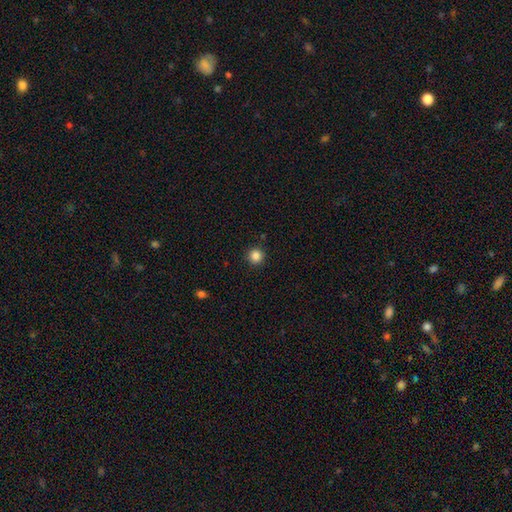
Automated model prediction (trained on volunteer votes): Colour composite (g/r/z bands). It shows a smooth galaxy with no disk features (85%) that is round (96%). Merging: none (92%).